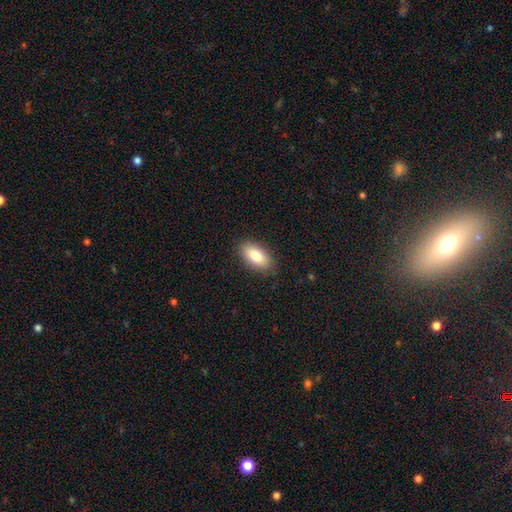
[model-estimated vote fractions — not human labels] A smooth galaxy with no disk features (83%) that is in between round and cigar-shaped (91%).

Vote fractions:
- Smooth or featured? smooth: 83% / featured or disk: 10% / star or artifact: 7%
- How rounded? in between: 91% / cigar-shaped: 6% / round: 3%
- Merging? none: 87% / minor disturbance: 10% / major disturbance: 2% / merger: 1%